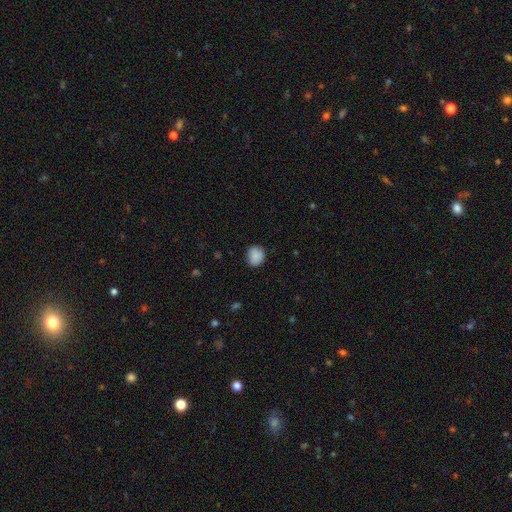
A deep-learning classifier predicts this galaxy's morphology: Smooth or featured? smooth (86%)
How rounded? round (73%)
Merging? none (81%)